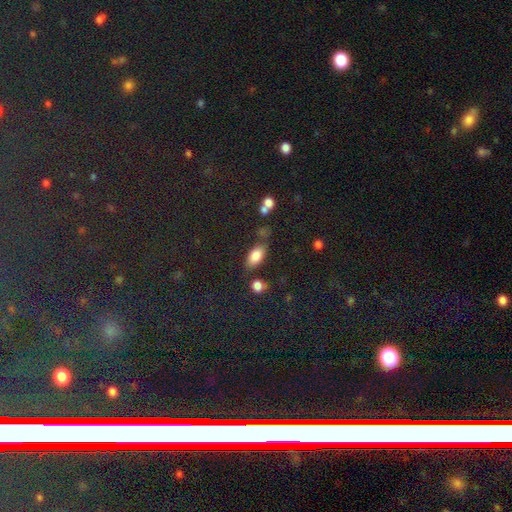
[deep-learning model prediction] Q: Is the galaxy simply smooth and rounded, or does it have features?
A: smooth — 81%.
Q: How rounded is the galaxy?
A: in between — 89%.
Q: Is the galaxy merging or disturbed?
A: none — 72%.